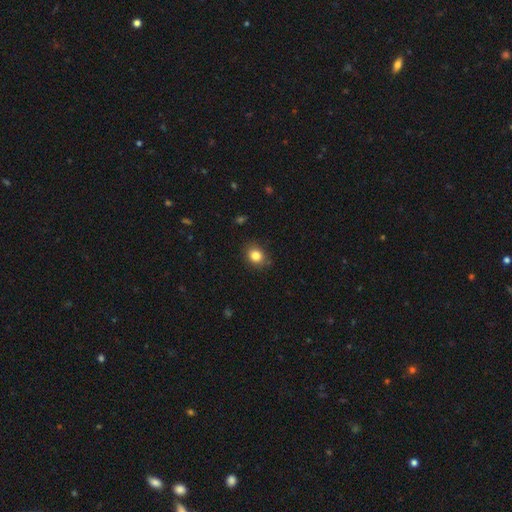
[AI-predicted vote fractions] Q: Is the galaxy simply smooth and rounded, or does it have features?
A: smooth — 83%.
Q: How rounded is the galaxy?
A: round — 60%.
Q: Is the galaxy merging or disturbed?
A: none — 85%.